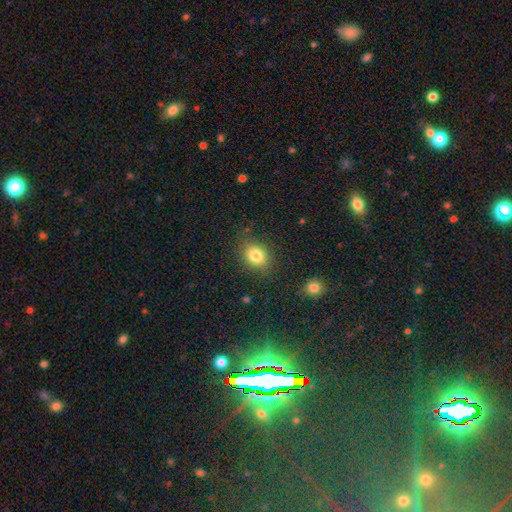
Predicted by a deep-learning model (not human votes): Smooth or featured: smooth — 81% (star or artifact — 11%)
How rounded: in between — 54% (round — 45%)
Merging: none — 81% (minor disturbance — 13%)